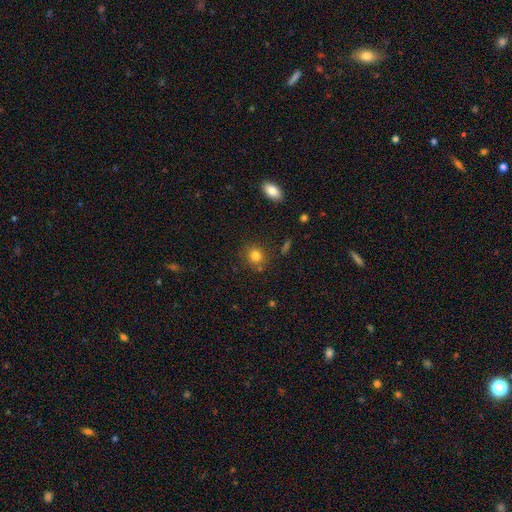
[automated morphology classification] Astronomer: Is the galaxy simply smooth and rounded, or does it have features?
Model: smooth — 80%.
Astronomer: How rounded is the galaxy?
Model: round — 81%.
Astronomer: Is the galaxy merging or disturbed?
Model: none — 83%.